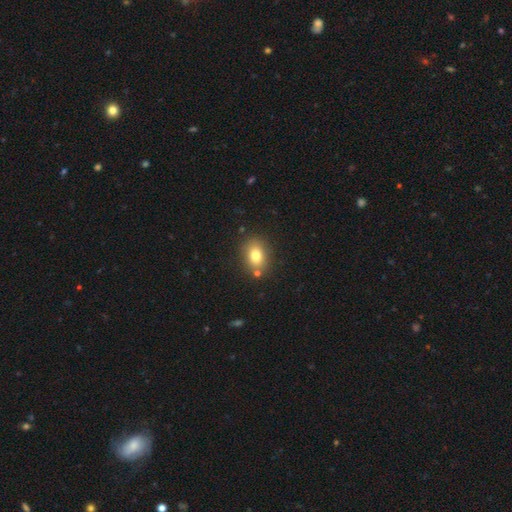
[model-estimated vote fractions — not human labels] Smooth or featured? smooth (79%)
How rounded? in between (65%)
Merging? none (80%)